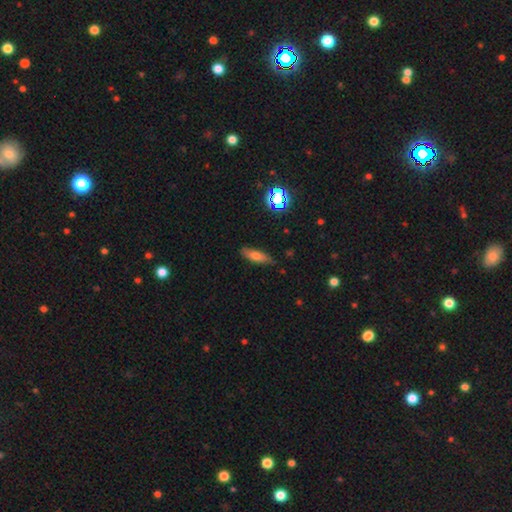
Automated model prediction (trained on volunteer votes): This appears to be a smooth galaxy with no disk features (68%) that is cigar-shaped (50%). Merging: none (80%).